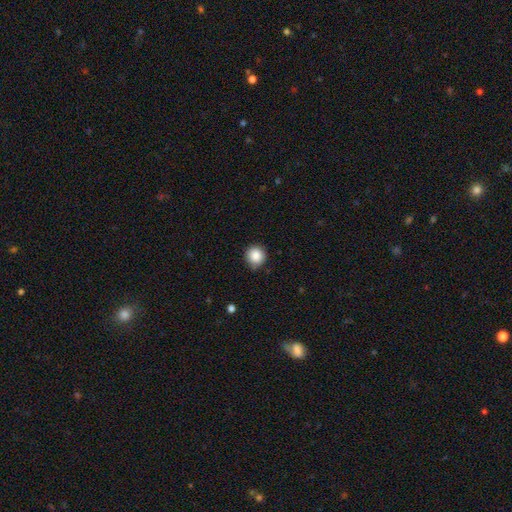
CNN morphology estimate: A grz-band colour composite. It shows a smooth galaxy with no disk features (87%) that is round (93%). Merging: none (82%).